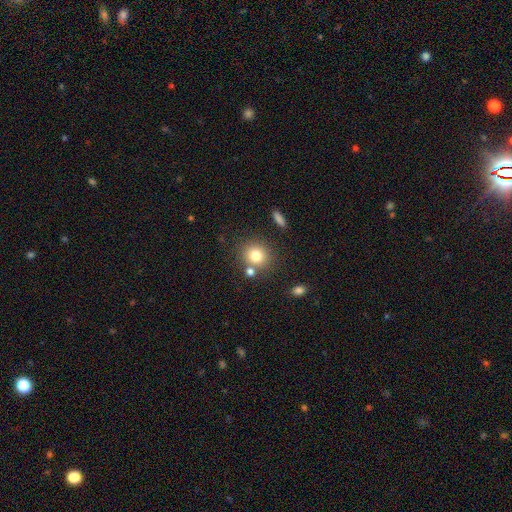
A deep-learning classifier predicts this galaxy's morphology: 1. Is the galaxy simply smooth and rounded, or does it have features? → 79% smooth, 12% star or artifact, 9% featured or disk.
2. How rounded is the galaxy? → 83% round, 16% in between, 1% cigar-shaped.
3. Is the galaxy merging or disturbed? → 72% none, 15% merger, 10% minor disturbance, 4% major disturbance.